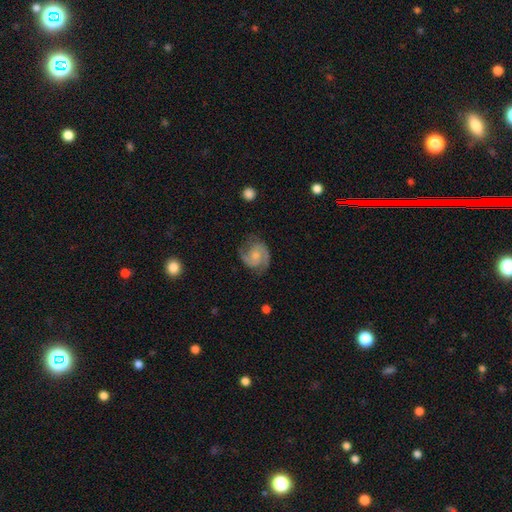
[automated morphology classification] Q: Smooth or featured?
A: featured or disk (83%); runner-up: smooth (12%)
Q: Edge-on disk?
A: no (98%); runner-up: yes (2%)
Q: Bar?
A: no (65%); runner-up: weak (31%)
Q: Spiral arms?
A: yes (97%); runner-up: no (3%)
Q: Spiral winding?
A: medium (51%); runner-up: tight (35%)
Q: Spiral arm count?
A: 2 (88%); runner-up: can't tell (5%)
Q: Bulge size?
A: moderate (43%); tied with: small (43%)
Q: Merging?
A: none (73%); runner-up: minor disturbance (19%)